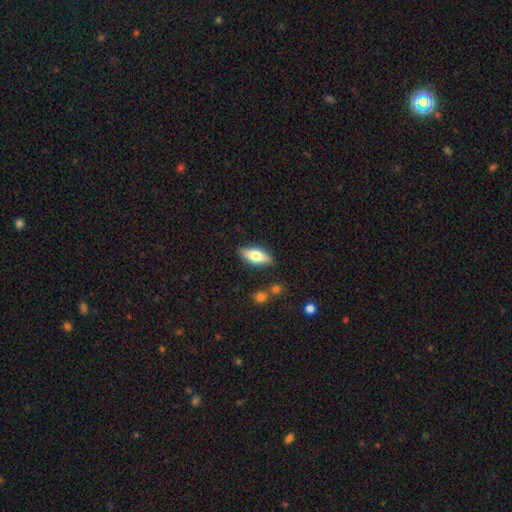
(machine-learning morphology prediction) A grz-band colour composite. It shows a smooth galaxy with no disk features (67%) that is in between round and cigar-shaped (79%). Merging: none (84%).